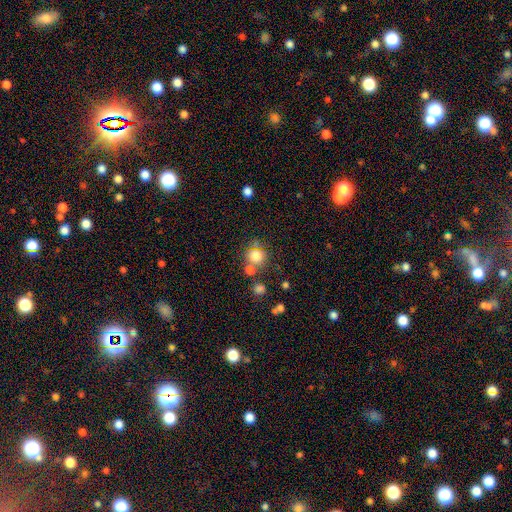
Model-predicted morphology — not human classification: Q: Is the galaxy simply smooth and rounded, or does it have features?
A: smooth — 77%.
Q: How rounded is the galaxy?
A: round — 89%.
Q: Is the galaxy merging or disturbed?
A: none — 63%.